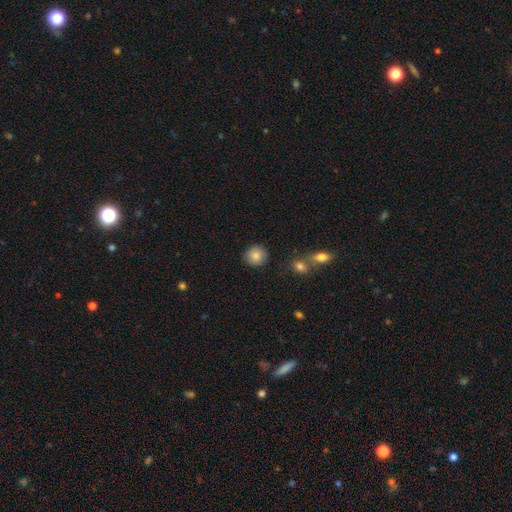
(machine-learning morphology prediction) Smooth or featured? smooth (86%)
How rounded? round (90%)
Merging? none (87%)